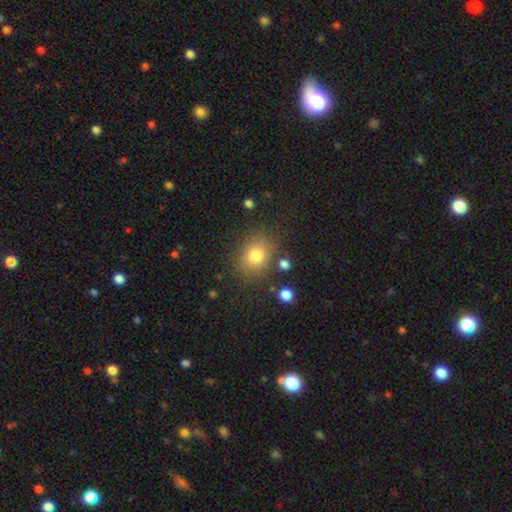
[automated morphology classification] This is likely a smooth galaxy (78%). How rounded: possibly round (60%). Merging: clearly none (81%).